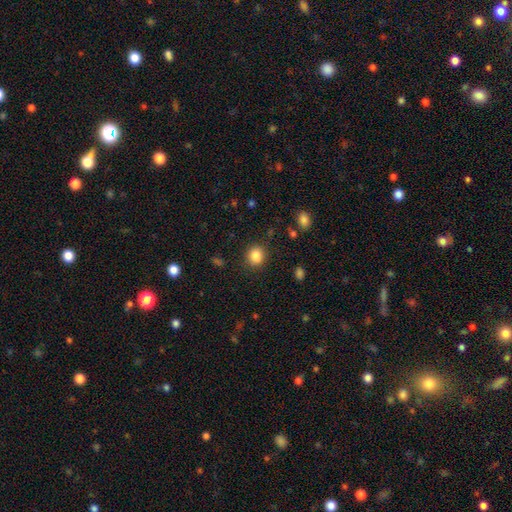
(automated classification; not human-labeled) This appears to be a smooth galaxy with no disk features (85%) that is round (73%). Merging: none (87%).